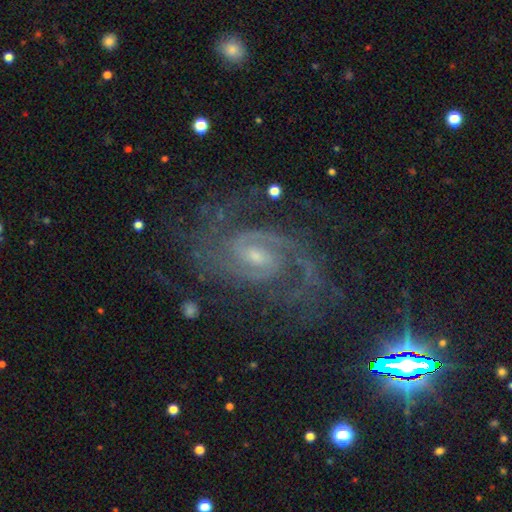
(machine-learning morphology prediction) Smooth or featured: featured or disk — 91% (star or artifact — 6%)
Edge-on disk: no — 98% (yes — 2%)
Bar: weak — 52% (no — 35%)
Spiral arms: yes — 98% (no — 2%)
Spiral winding: tight — 46% (medium — 45%)
Spiral arm count: 2 — 77% (3 — 8%)
Bulge size: small — 57% (moderate — 37%)
Merging: none — 71% (minor disturbance — 17%)